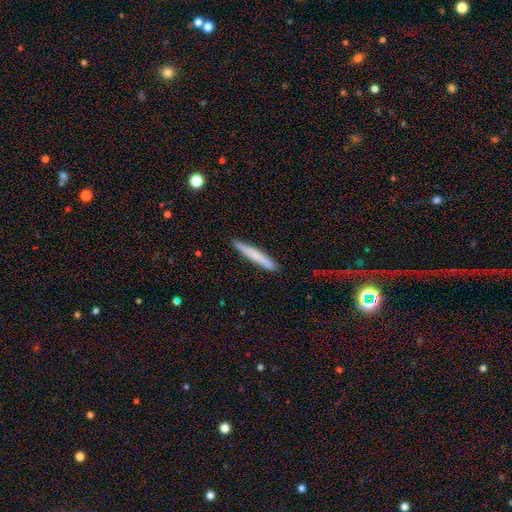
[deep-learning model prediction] Smooth or featured: smooth — 66% (featured or disk — 28%)
How rounded: cigar-shaped — 96% (in between — 3%)
Merging: none — 88% (minor disturbance — 9%)